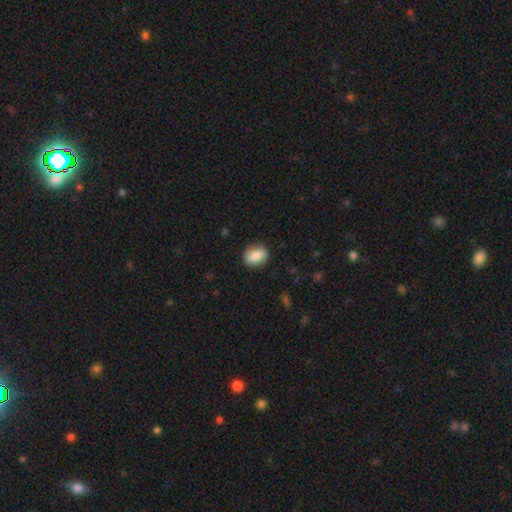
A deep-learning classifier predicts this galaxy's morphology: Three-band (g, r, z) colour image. It shows a smooth galaxy with no disk features (78%) that is in between round and cigar-shaped (54%). Merging: none (86%).